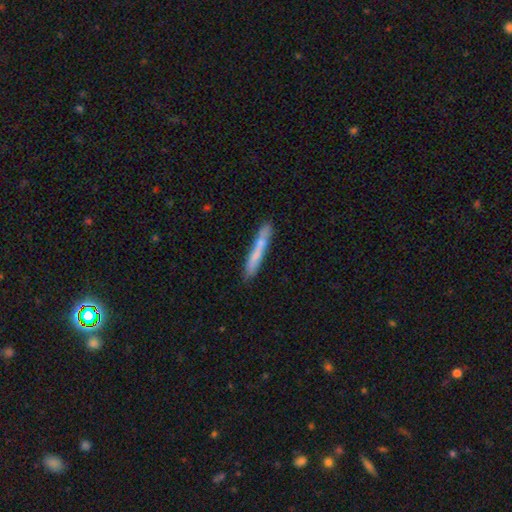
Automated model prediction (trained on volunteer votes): Morphology: type=smooth (64%); roundness=cigar-shaped (95%); merging=none (73%).